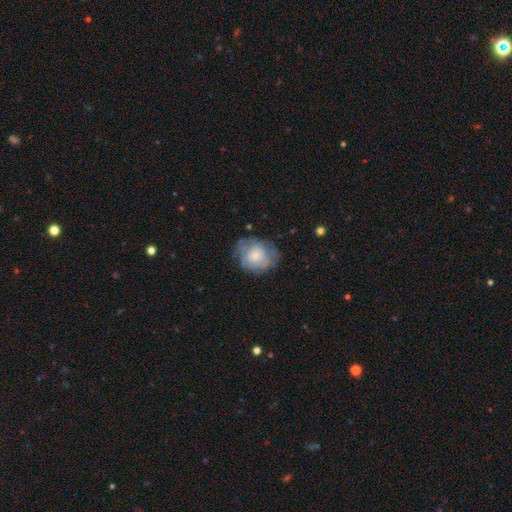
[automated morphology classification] A smooth galaxy with no disk features (59%) that is round (67%).

Vote fractions:
- Smooth or featured? smooth: 59% / featured or disk: 33% / star or artifact: 8%
- How rounded? round: 67% / in between: 32% / cigar-shaped: 1%
- Merging? none: 59% / minor disturbance: 26% / major disturbance: 13% / merger: 2%